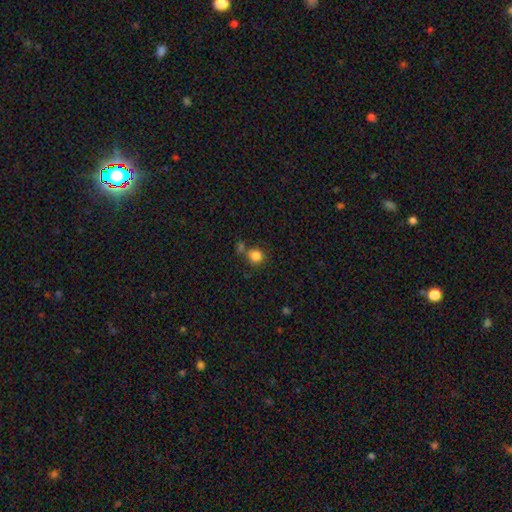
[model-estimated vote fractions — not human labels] Overall: smooth (83%). How rounded: round (88%). Merging: none (67%).